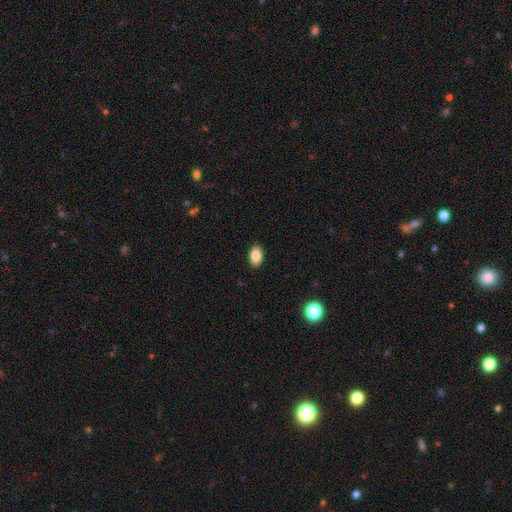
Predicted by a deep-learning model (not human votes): Q: Smooth or featured?
A: smooth (85%); runner-up: star or artifact (8%)
Q: How rounded?
A: in between (92%); runner-up: round (7%)
Q: Merging?
A: none (90%); runner-up: minor disturbance (8%)